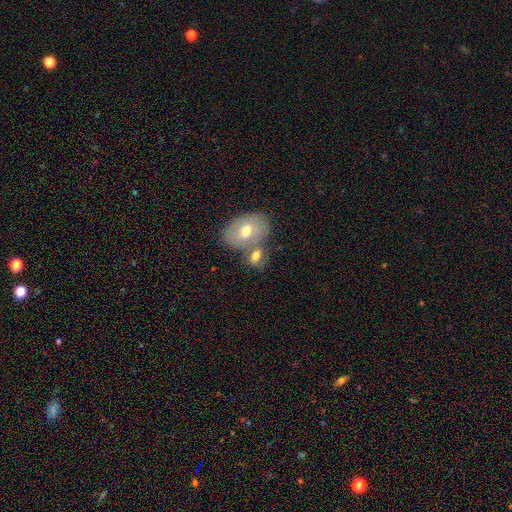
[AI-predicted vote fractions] Q: Smooth or featured?
A: smooth (64%); runner-up: featured or disk (28%)
Q: How rounded?
A: in between (79%); runner-up: round (18%)
Q: Merging?
A: merger (44%); runner-up: none (39%)